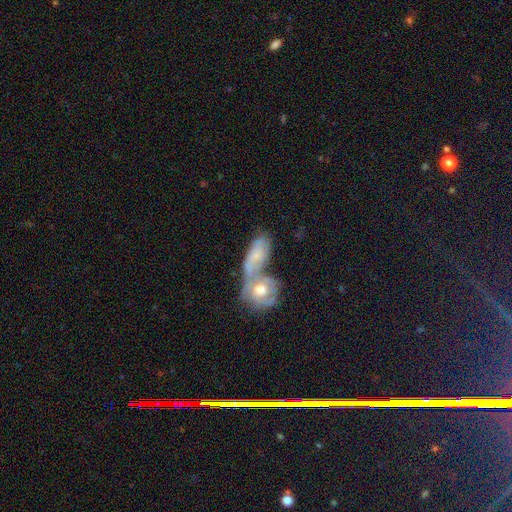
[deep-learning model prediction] This is possibly a featured or disk galaxy (49%). Merging: likely merger (65%).